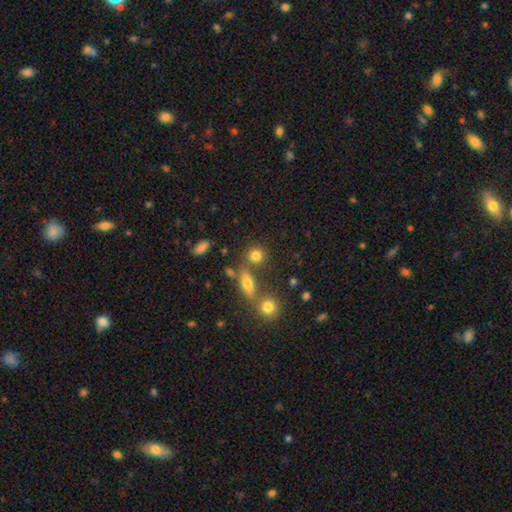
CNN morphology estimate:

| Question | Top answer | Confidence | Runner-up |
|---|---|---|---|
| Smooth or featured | smooth | 79% | star or artifact (12%) |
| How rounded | round | 78% | in between (19%) |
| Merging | none | 69% | merger (17%) |